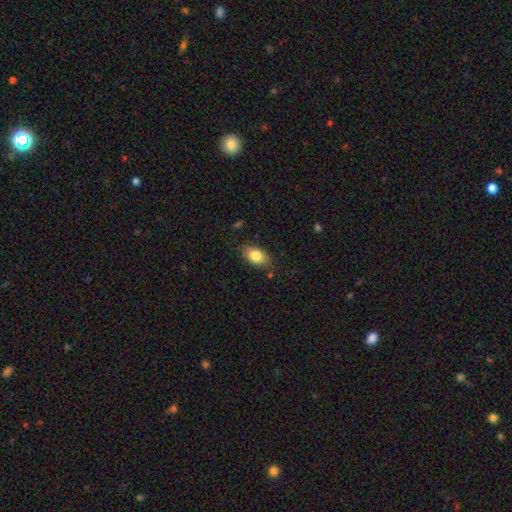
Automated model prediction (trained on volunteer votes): smooth-or-featured: smooth: 82% | featured or disk: 11% | star or artifact: 7%
  how-rounded: in between: 89% | round: 8% | cigar-shaped: 3%
  merging: none: 79% | minor disturbance: 15% | major disturbance: 3% | merger: 2%